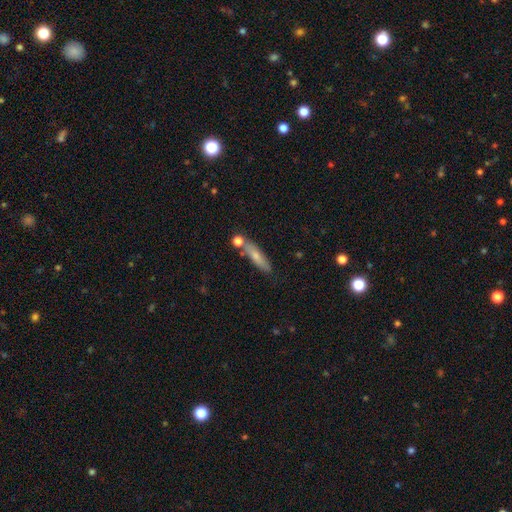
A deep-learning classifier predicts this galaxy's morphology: Overall: smooth (69%). How rounded: cigar-shaped (74%). Merging: none (68%).